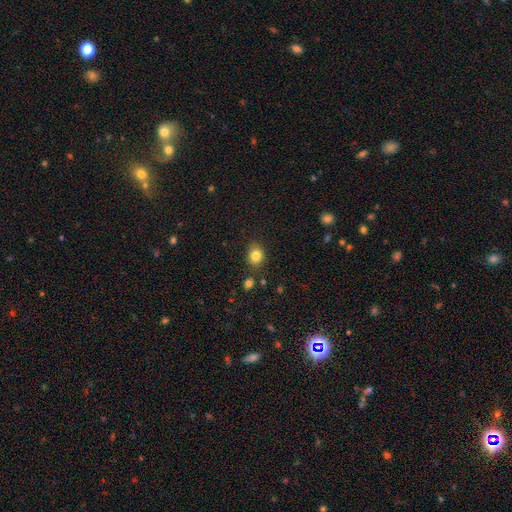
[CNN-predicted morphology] Smooth or featured? Predicted: smooth (p=0.83). How rounded? Predicted: round (p=0.55). Merging? Predicted: none (p=0.82).